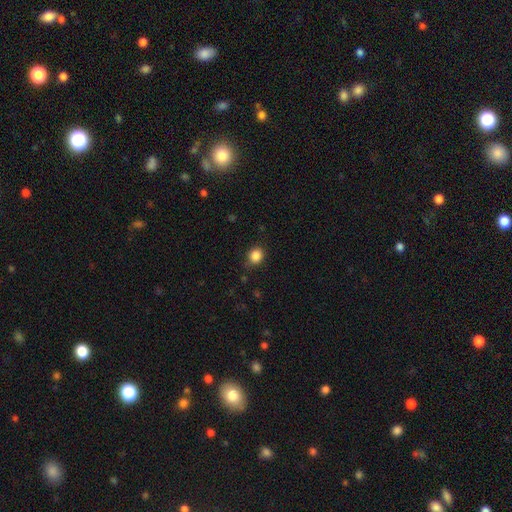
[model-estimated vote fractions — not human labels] smooth-or-featured: smooth: 85% | star or artifact: 11% | featured or disk: 4%
  how-rounded: round: 74% | in between: 25% | cigar-shaped: 1%
  merging: none: 81% | minor disturbance: 14% | major disturbance: 3% | merger: 1%